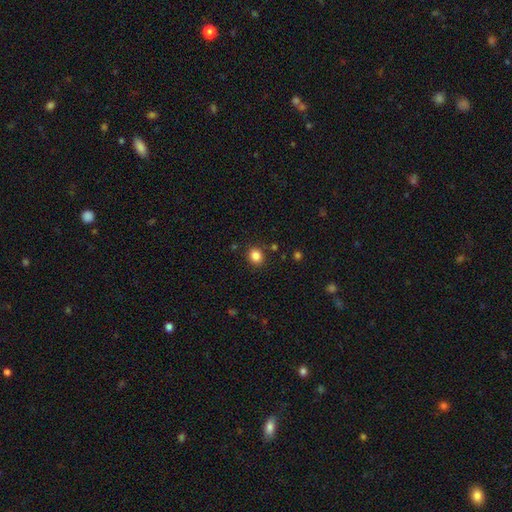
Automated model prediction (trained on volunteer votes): The model was most divided on "how rounded": round: 70%, in between: 29%, cigar-shaped: 1%. More confident: merging — none (85%); smooth or featured — smooth (85%).